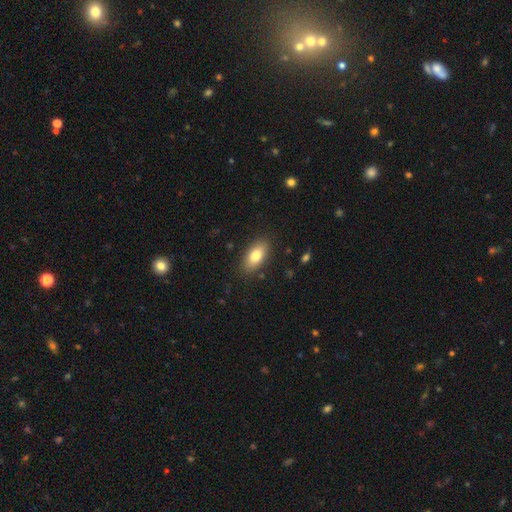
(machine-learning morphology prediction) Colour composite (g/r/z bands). It shows a smooth galaxy with no disk features (80%) that is in between round and cigar-shaped (90%). Merging: none (86%).